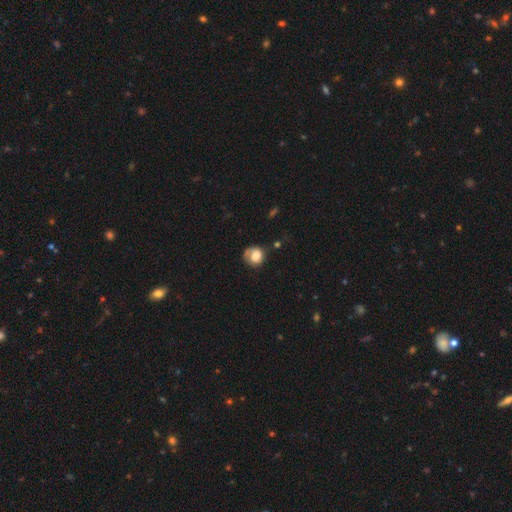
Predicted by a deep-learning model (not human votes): Overall: smooth (65%; featured or disk 27%). How rounded: round (77%). Merging: none (53%; minor disturbance 27%).